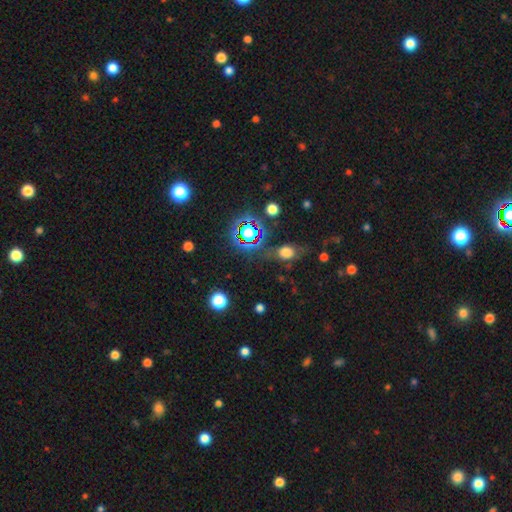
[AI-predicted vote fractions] Smooth or featured? star or artifact (62%)